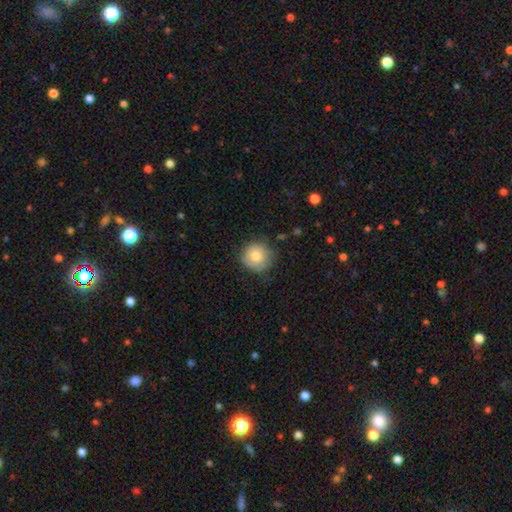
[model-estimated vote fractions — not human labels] Overall: smooth (80%). How rounded: round (93%). Merging: none (72%).